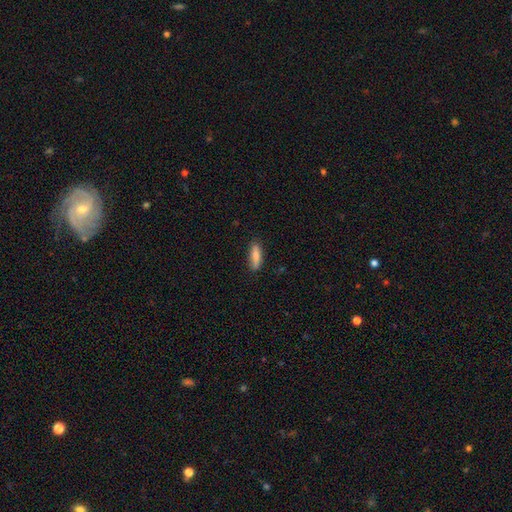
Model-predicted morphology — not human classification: Smooth or featured? smooth (84%)
How rounded? cigar-shaped (57%)
Merging? none (85%)